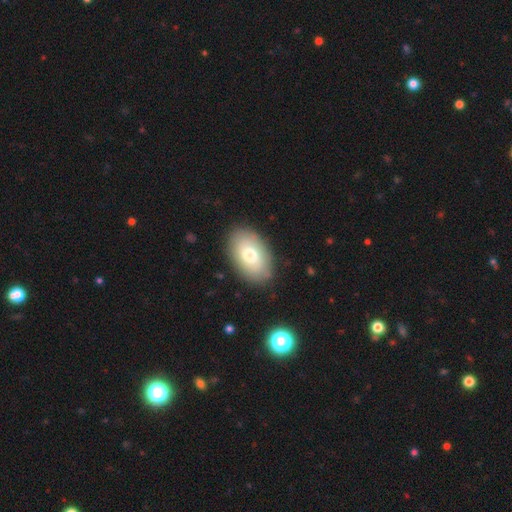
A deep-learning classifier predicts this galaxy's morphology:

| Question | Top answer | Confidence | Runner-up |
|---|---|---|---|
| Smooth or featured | smooth | 72% | featured or disk (21%) |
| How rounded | in between | 91% | round (8%) |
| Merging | none | 84% | minor disturbance (11%) |